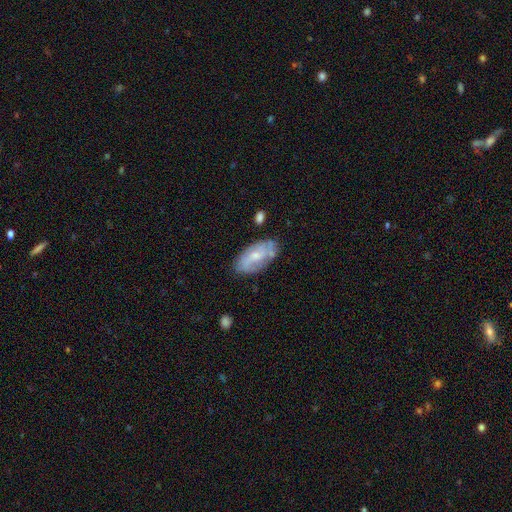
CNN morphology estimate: Smooth or featured: featured or disk — 57% (smooth — 36%)
Edge-on disk: no — 92% (yes — 8%)
Bar: no — 62% (weak — 32%)
Spiral arms: yes — 70% (no — 30%)
Bulge size: small — 53% (moderate — 39%)
Merging: none — 67% (minor disturbance — 23%)